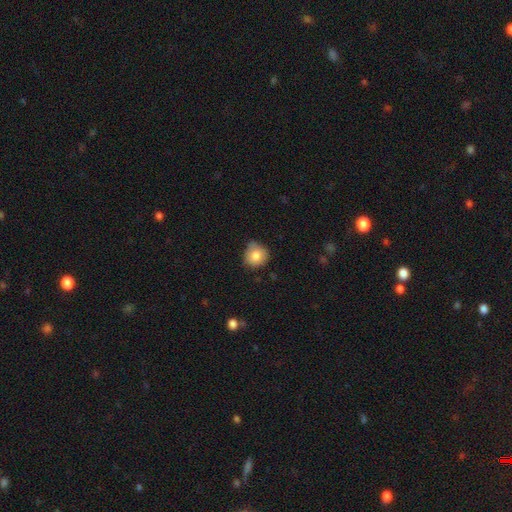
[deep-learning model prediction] smooth_or_featured: smooth (p=0.80) [alt: featured or disk p=0.12]
how_rounded: round (p=0.86) [alt: in between p=0.13]
merging: none (p=0.62) [alt: minor disturbance p=0.31]